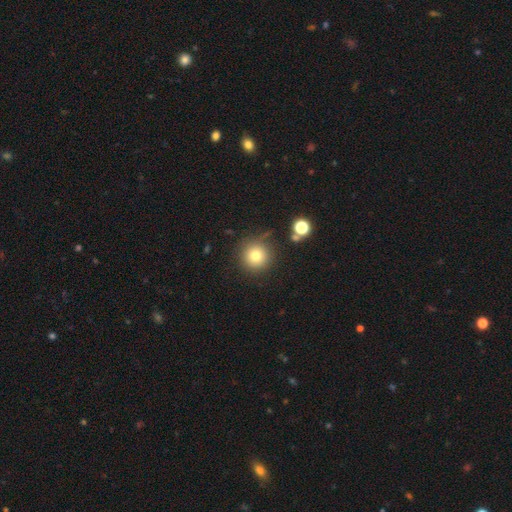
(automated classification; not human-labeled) Overall: smooth (77%). How rounded: round (95%). Merging: none (81%).